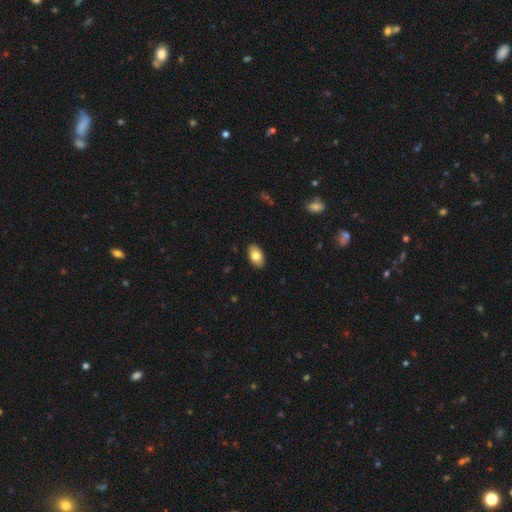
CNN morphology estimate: smooth 80%, featured or disk 13%, star or artifact 7%. Down the decision tree: how rounded — in between (94%); merging — none (89%).